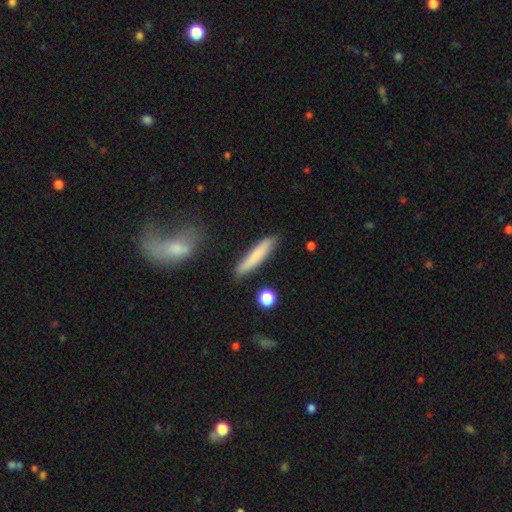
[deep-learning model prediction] smooth_or_featured: smooth (p=0.77) [alt: featured or disk p=0.16]
how_rounded: cigar-shaped (p=0.90) [alt: in between p=0.08]
merging: none (p=0.85) [alt: minor disturbance p=0.10]